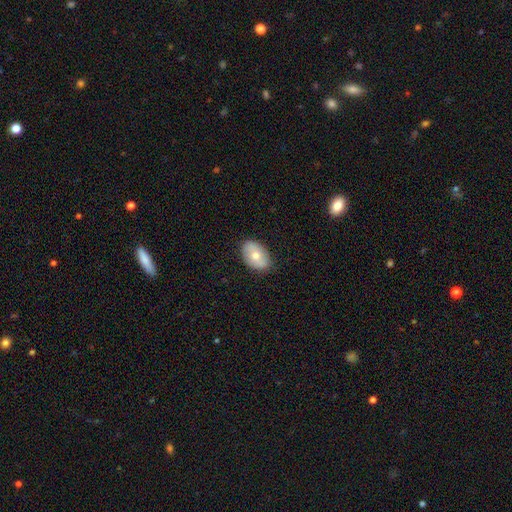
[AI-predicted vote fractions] smooth 70%, featured or disk 24%, star or artifact 6%. Down the decision tree: how rounded — in between (86%); merging — none (83%).